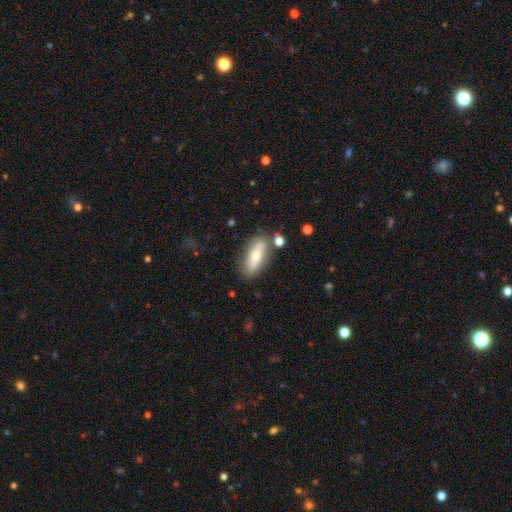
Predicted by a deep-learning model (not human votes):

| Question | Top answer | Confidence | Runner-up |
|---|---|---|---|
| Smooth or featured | smooth | 58% | featured or disk (35%) |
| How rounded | in between | 69% | cigar-shaped (28%) |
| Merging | none | 78% | minor disturbance (13%) |